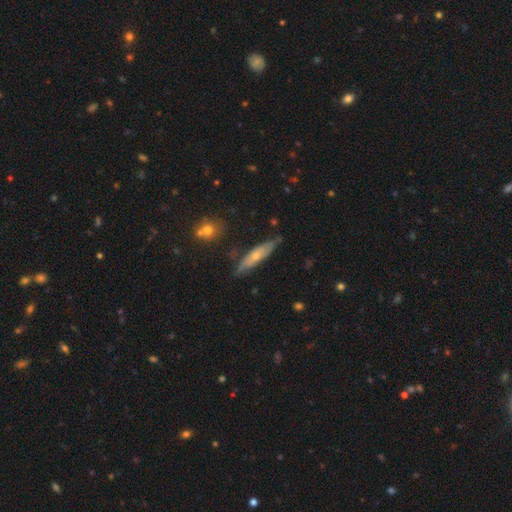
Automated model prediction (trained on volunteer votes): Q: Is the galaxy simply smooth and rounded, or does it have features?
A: featured or disk — 48%.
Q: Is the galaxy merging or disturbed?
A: none — 69%.